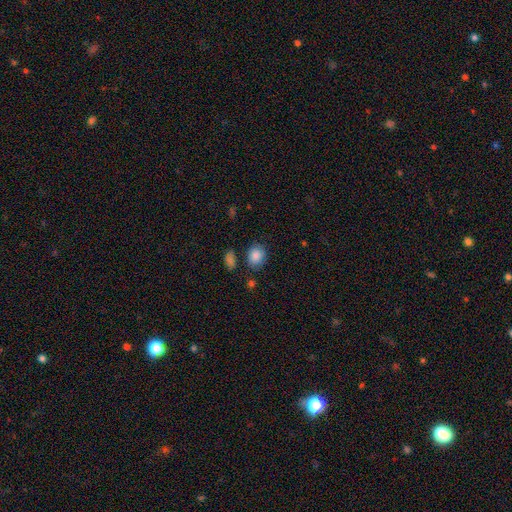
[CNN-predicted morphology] Q: Smooth or featured?
A: smooth (86%); runner-up: star or artifact (9%)
Q: How rounded?
A: round (53%); runner-up: in between (46%)
Q: Merging?
A: none (74%); runner-up: minor disturbance (16%)